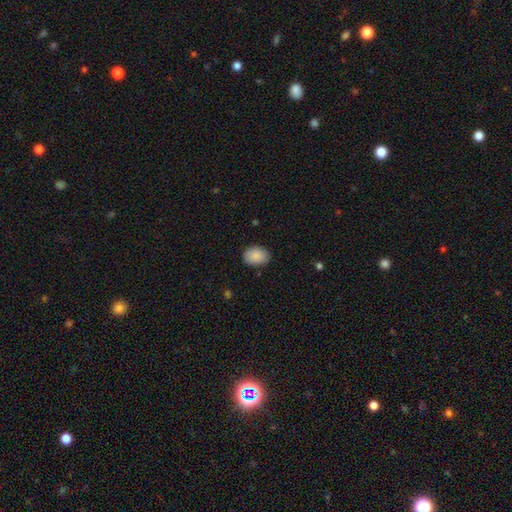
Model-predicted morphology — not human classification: The model was most divided on "how rounded": in between: 77%, round: 22%, cigar-shaped: 1%. More confident: smooth or featured — smooth (88%); merging — none (85%).